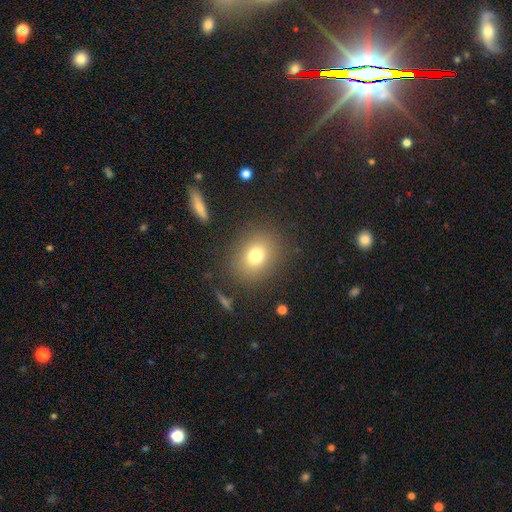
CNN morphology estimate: Smooth or featured? smooth (74%)
How rounded? round (62%)
Merging? none (85%)